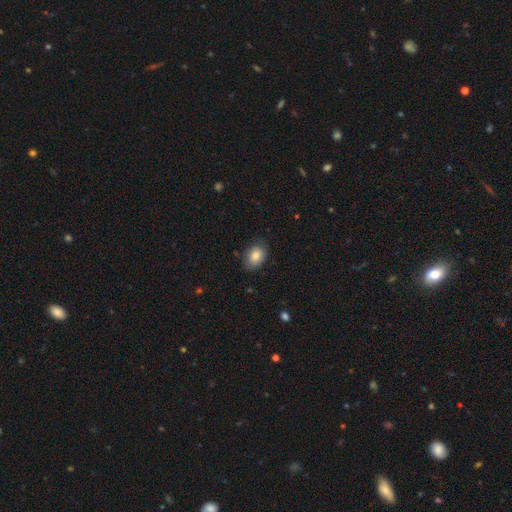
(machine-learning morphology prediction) This is clearly a smooth galaxy (83%). How rounded: likely in between (75%). Merging: likely none (77%).